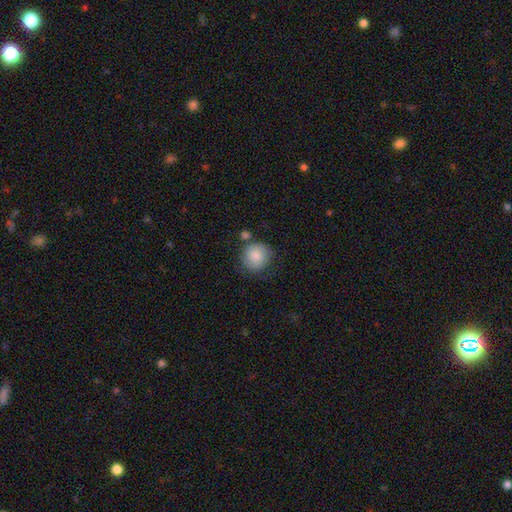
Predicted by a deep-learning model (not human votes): Overall: smooth (87%). How rounded: round (89%). Merging: none (69%).